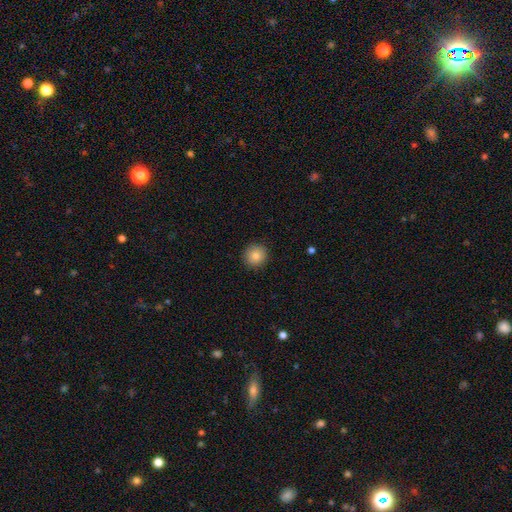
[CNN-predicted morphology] Overall: smooth (84%). How rounded: round (92%). Merging: none (91%).